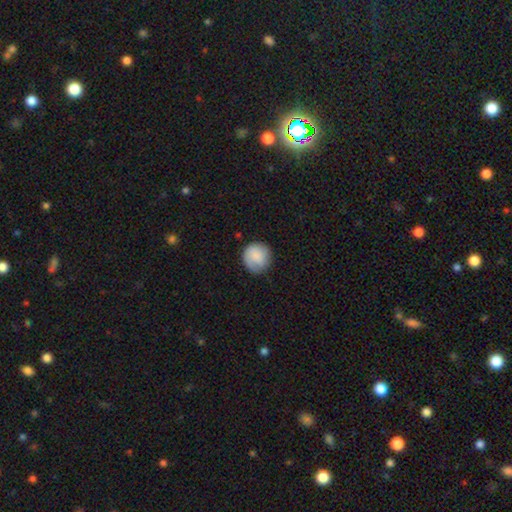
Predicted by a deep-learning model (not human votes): Q: Smooth or featured?
A: smooth (78%); runner-up: featured or disk (16%)
Q: How rounded?
A: round (90%); runner-up: in between (9%)
Q: Merging?
A: none (77%); runner-up: minor disturbance (16%)